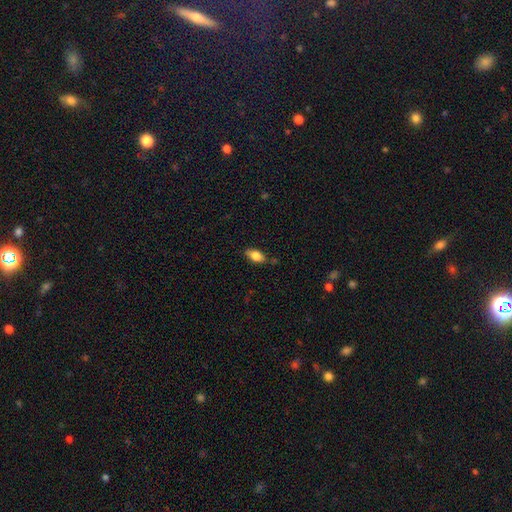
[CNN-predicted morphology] smooth-or-featured: smooth: 80% | featured or disk: 12% | star or artifact: 8%
  how-rounded: in between: 89% | cigar-shaped: 6% | round: 5%
  merging: none: 79% | minor disturbance: 16% | major disturbance: 3% | merger: 3%